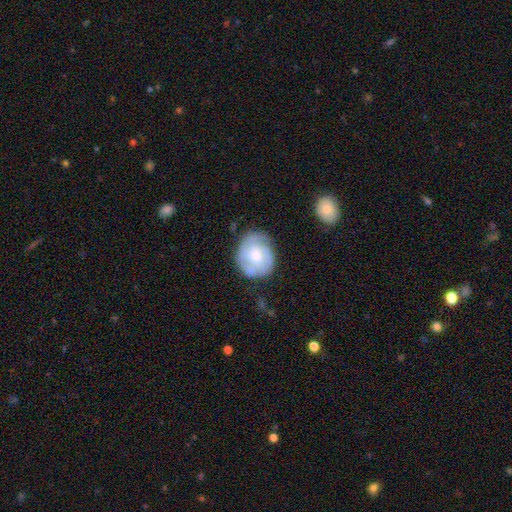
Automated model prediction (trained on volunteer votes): Morphology: type=featured or disk (64%); edge-on=no (98%); bar=no (60%); spiral arms=yes (85%); winding=tight (56%); arm count=can't tell (36%); bulge=moderate (44%); merging=none (70%).